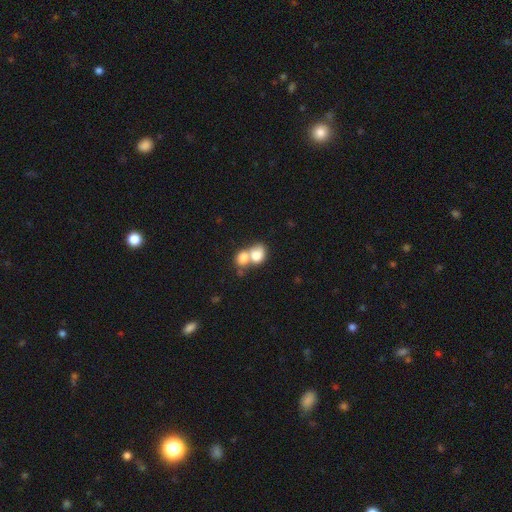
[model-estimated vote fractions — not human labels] Overall: smooth (77%). How rounded: in between (54%; round 44%). Merging: merger (73%).